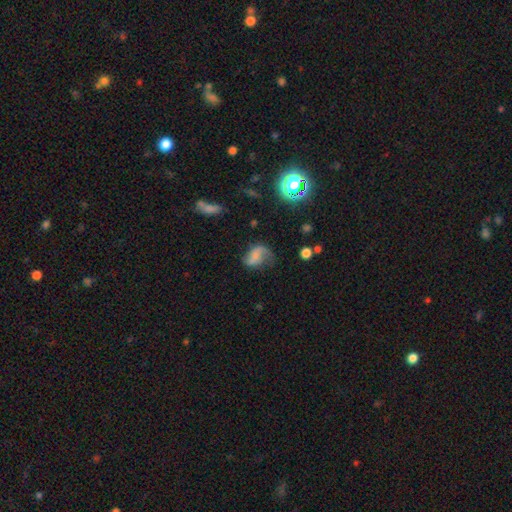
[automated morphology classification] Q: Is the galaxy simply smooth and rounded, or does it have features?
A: featured or disk — 54%.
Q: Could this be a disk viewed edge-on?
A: no — 97%.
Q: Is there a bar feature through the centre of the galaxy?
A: no — 53%.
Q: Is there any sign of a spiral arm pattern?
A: yes — 86%.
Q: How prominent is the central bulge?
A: none — 49%.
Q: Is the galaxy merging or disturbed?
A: none — 45%.